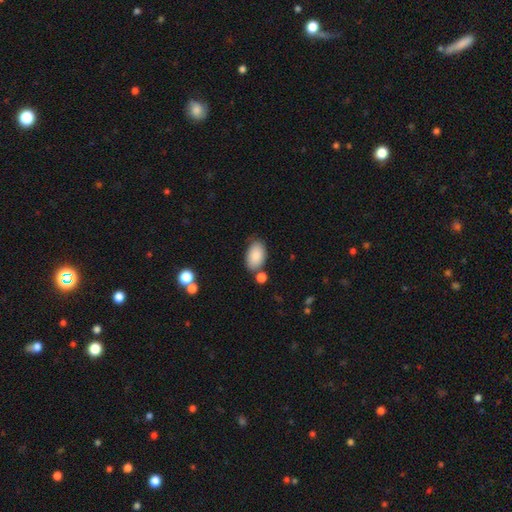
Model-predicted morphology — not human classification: Smooth or featured: smooth — 87% (star or artifact — 7%)
How rounded: in between — 94% (round — 5%)
Merging: none — 69% (minor disturbance — 17%)